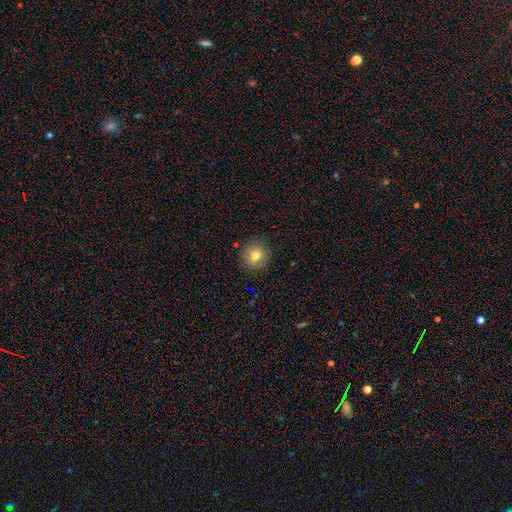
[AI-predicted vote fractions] The model was most divided on "smooth or featured": smooth: 76%, star or artifact: 12%, featured or disk: 12%. More confident: how rounded — round (90%); merging — none (88%).